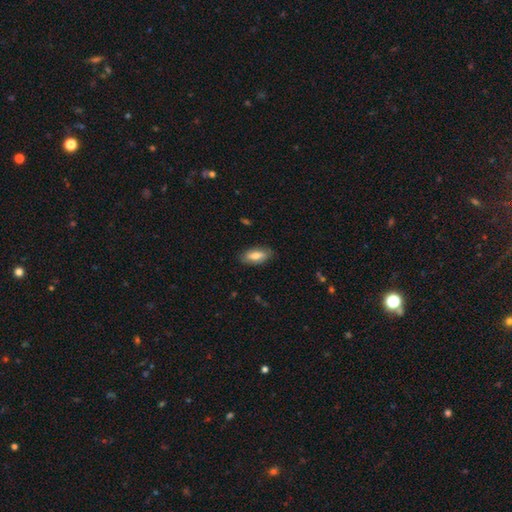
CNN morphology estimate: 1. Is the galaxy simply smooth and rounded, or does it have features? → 70% smooth, 24% featured or disk, 6% star or artifact.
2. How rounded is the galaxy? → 86% in between, 12% cigar-shaped, 2% round.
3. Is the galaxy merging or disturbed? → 82% none, 14% minor disturbance, 3% major disturbance, 1% merger.